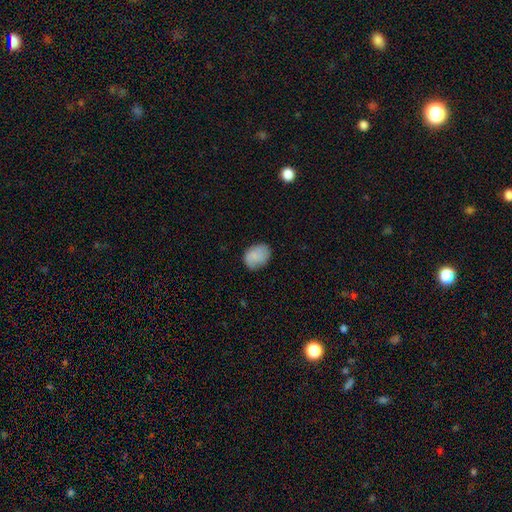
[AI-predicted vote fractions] Overall: smooth (78%). How rounded: in between (61%; round 38%). Merging: none (74%).